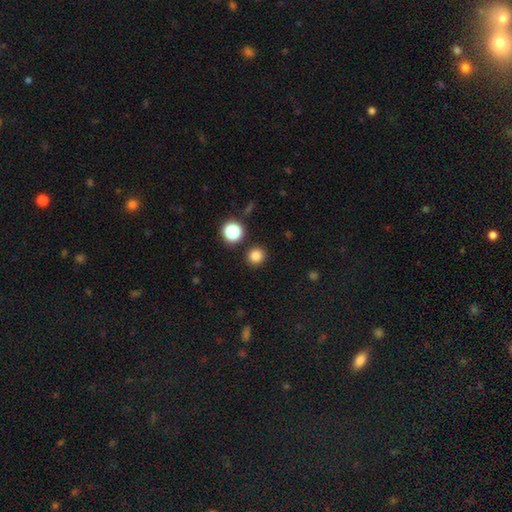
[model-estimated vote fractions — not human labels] smooth 81%, star or artifact 14%, featured or disk 4%. Down the decision tree: how rounded — round (91%); merging — none (90%).